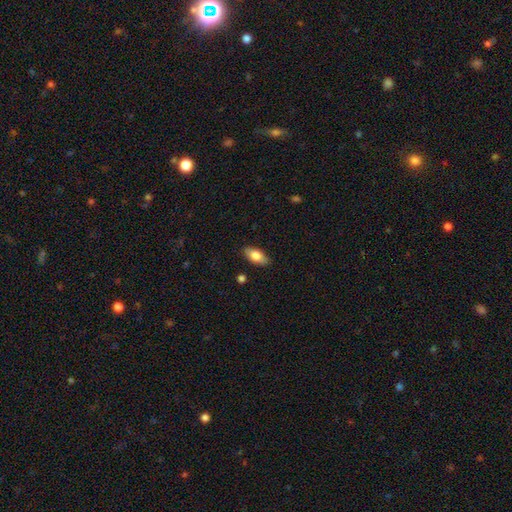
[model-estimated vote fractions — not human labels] Overall: smooth (74%). How rounded: in between (87%). Merging: none (87%).